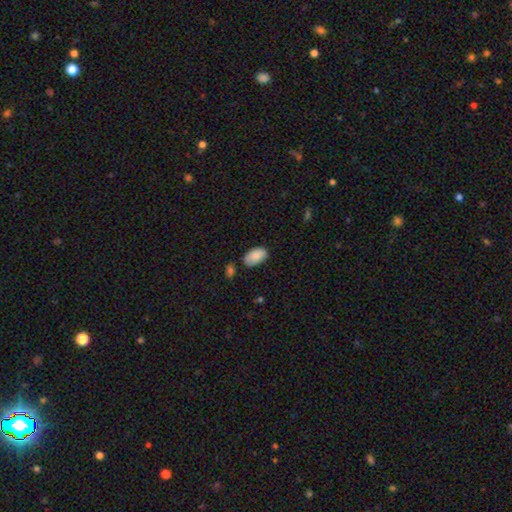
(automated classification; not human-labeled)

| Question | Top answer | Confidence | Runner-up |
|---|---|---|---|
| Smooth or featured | smooth | 86% | featured or disk (7%) |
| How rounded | in between | 94% | round (5%) |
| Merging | none | 73% | minor disturbance (19%) |